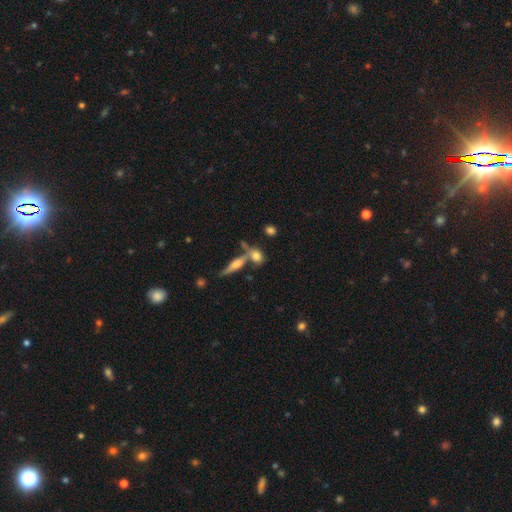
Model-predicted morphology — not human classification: smooth-or-featured: smooth: 69% | featured or disk: 21% | star or artifact: 10%
  how-rounded: in between: 56% | round: 32% | cigar-shaped: 12%
  merging: none: 54% | merger: 30% | minor disturbance: 11% | major disturbance: 5%